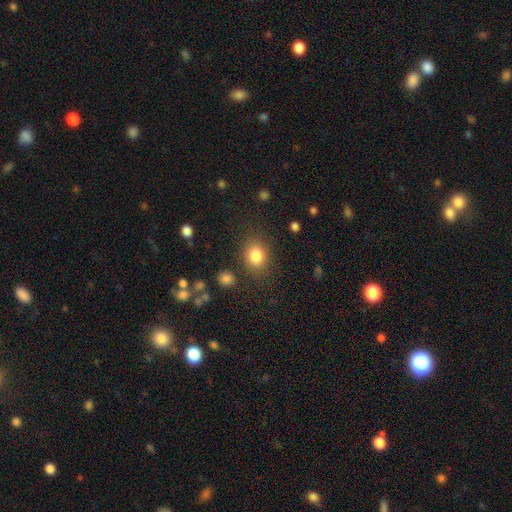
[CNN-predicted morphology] smooth 83%, star or artifact 11%, featured or disk 6%. Down the decision tree: how rounded — round (60%); merging — none (80%).